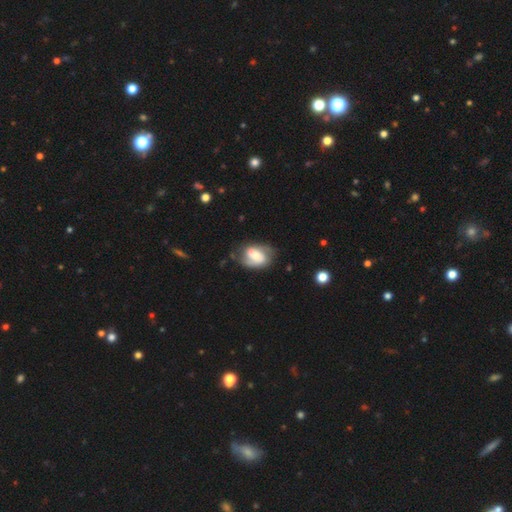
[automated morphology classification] This is likely a featured or disk galaxy (69%). It is clearly not viewed edge-on (97%). Bar: marginally no (45%). Spiral arm pattern: clearly yes (88%). Spiral arm count: likely 2 (80%). Spiral winding: marginally medium (44%). Central bulge: possibly moderate (53%). Merging: likely none (67%).